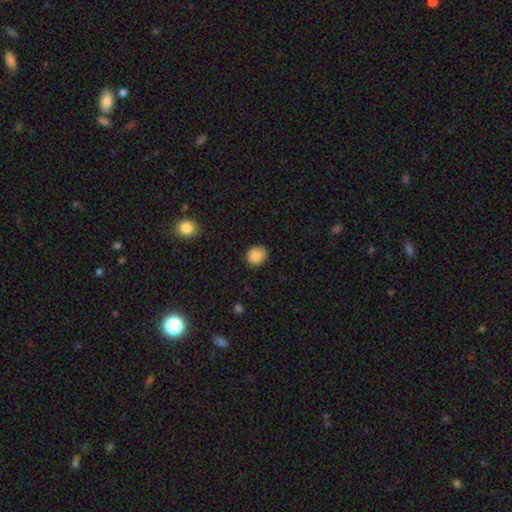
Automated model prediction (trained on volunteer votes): A smooth galaxy with no disk features (87%) that is round (83%).

Vote fractions:
- Smooth or featured? smooth: 87% / star or artifact: 9% / featured or disk: 4%
- How rounded? round: 83% / in between: 16% / cigar-shaped: 1%
- Merging? none: 88% / minor disturbance: 9% / major disturbance: 2% / merger: 1%